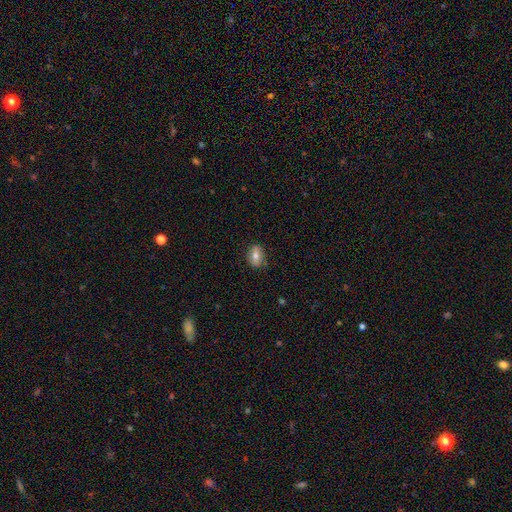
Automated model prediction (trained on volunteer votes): Smooth or featured? Predicted: smooth (p=0.66). How rounded? Predicted: in between (p=0.73). Merging? Predicted: none (p=0.82).